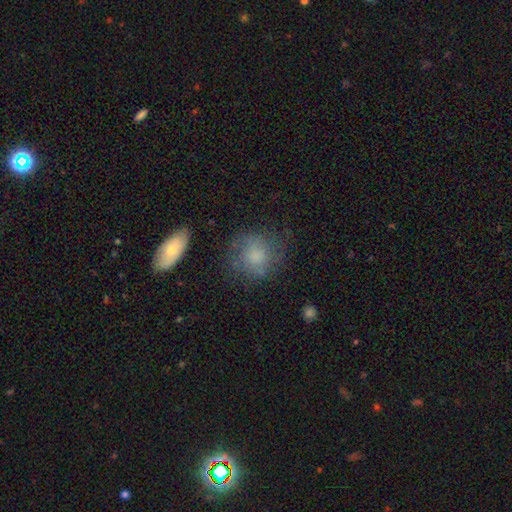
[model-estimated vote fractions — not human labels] A smooth galaxy with no disk features (71%) that is round (80%). Merging: none (65%).